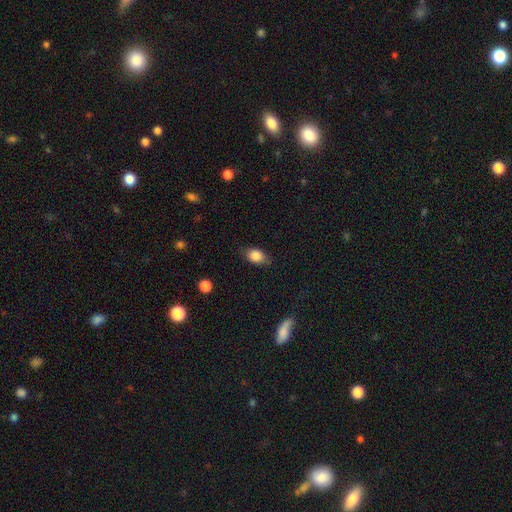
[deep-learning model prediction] A smooth galaxy with no disk features (85%) that is in between round and cigar-shaped (73%). Merging: none (73%).